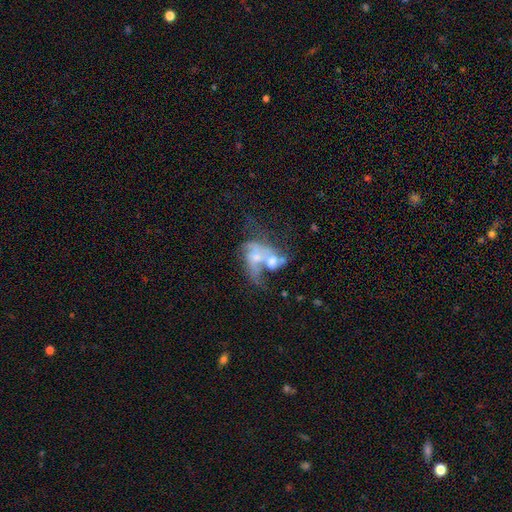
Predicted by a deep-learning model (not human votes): A featured or disk galaxy (61%) with no bar (79%), no spiral arms (55%) and a moderate central bulge (39%). Merging: merger (60%).